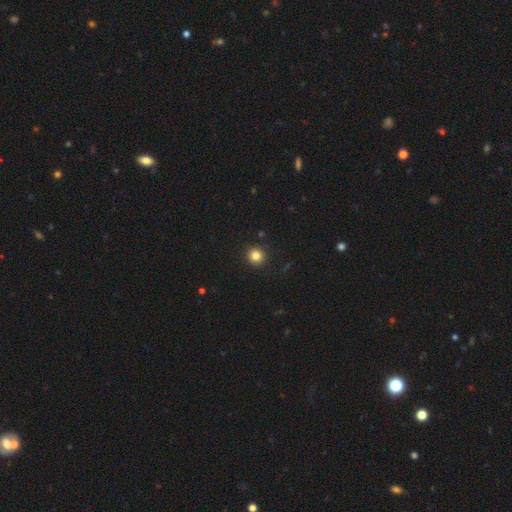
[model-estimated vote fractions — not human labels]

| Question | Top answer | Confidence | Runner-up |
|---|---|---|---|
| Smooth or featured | smooth | 83% | star or artifact (12%) |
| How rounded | round | 94% | in between (5%) |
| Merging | none | 93% | minor disturbance (4%) |